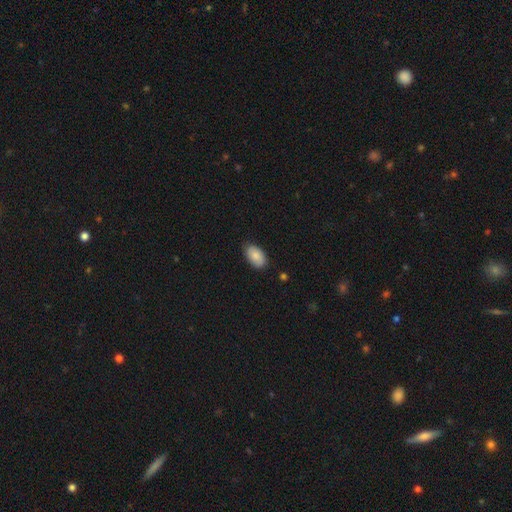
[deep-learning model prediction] The model was most divided on "merging": none: 82%, minor disturbance: 14%, major disturbance: 2%, merger: 1%. More confident: how rounded — in between (93%); smooth or featured — smooth (85%).